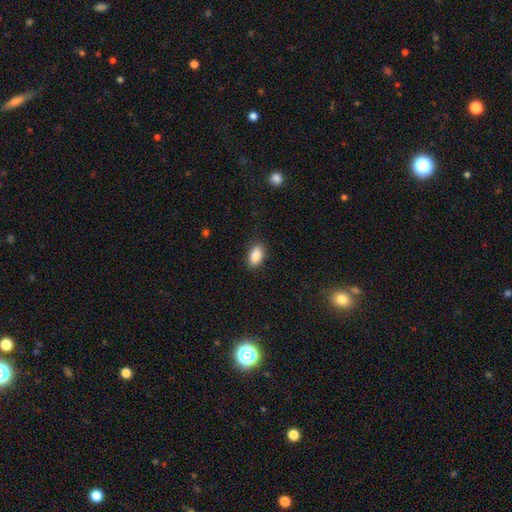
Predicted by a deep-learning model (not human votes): A smooth galaxy with no disk features (88%) that is in between round and cigar-shaped (91%).

Vote fractions:
- Smooth or featured? smooth: 88% / star or artifact: 8% / featured or disk: 5%
- How rounded? in between: 91% / round: 6% / cigar-shaped: 3%
- Merging? none: 85% / minor disturbance: 11% / major disturbance: 3% / merger: 1%